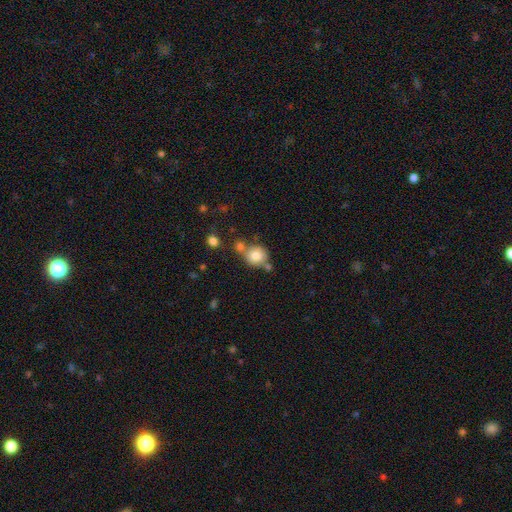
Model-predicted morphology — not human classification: Smooth or featured? smooth (79%)
How rounded? round (84%)
Merging? none (60%)